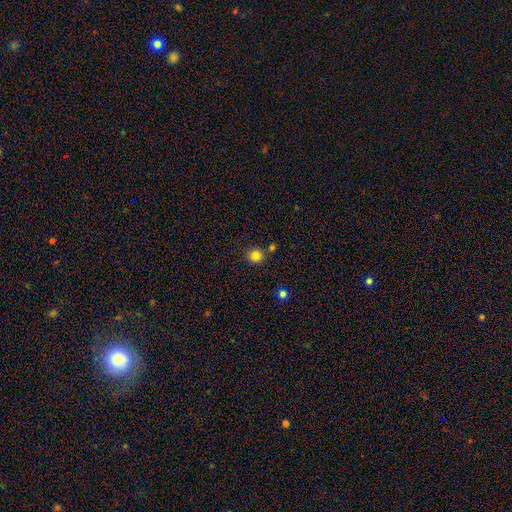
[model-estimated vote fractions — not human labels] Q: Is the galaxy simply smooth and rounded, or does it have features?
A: smooth — 82%.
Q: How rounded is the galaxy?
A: round — 93%.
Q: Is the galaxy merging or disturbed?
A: none — 81%.